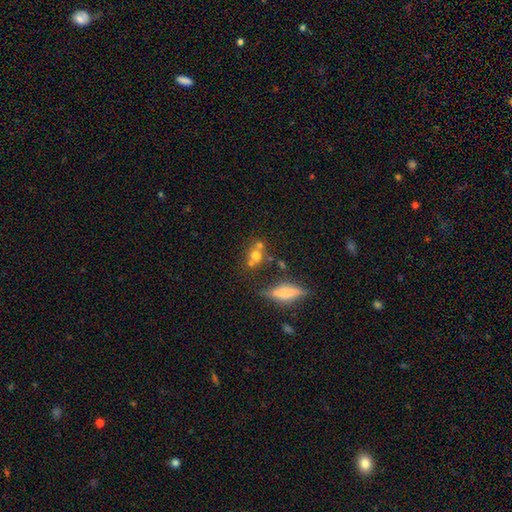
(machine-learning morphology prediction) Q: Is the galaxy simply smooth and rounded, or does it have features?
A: smooth — 61%.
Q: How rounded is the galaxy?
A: round — 58%.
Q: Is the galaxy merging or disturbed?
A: none — 44%.